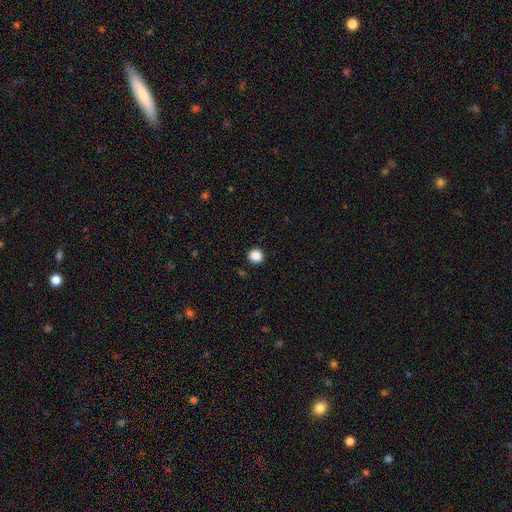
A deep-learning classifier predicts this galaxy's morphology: smooth-or-featured: smooth: 88% | star or artifact: 10% | featured or disk: 2%
  how-rounded: round: 89% | in between: 10% | cigar-shaped: 1%
  merging: none: 91% | minor disturbance: 6% | major disturbance: 2% | merger: 1%